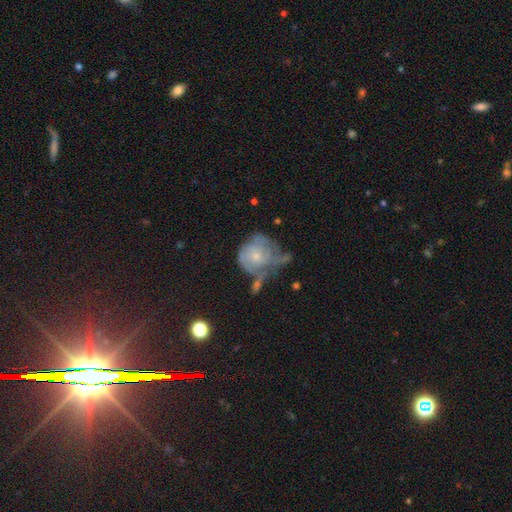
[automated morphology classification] Smooth or featured: featured or disk — 52% (smooth — 39%)
Edge-on disk: no — 97% (yes — 3%)
Bar: no — 84% (weak — 14%)
Spiral arms: yes — 53% (no — 47%)
Bulge size: small — 57% (moderate — 34%)
Merging: major disturbance — 31% (none — 28%)